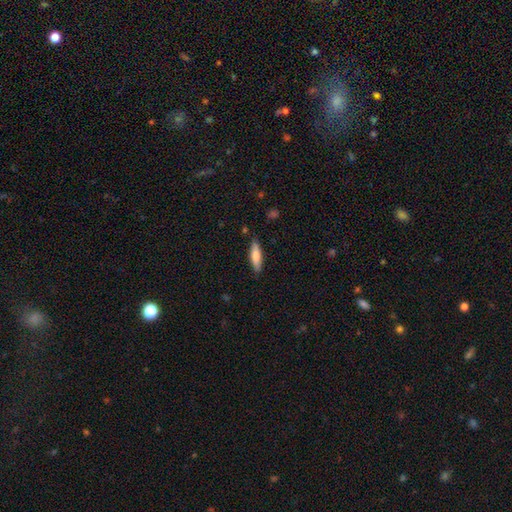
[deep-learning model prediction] Morphology: type=smooth (72%); roundness=cigar-shaped (64%); merging=none (86%).